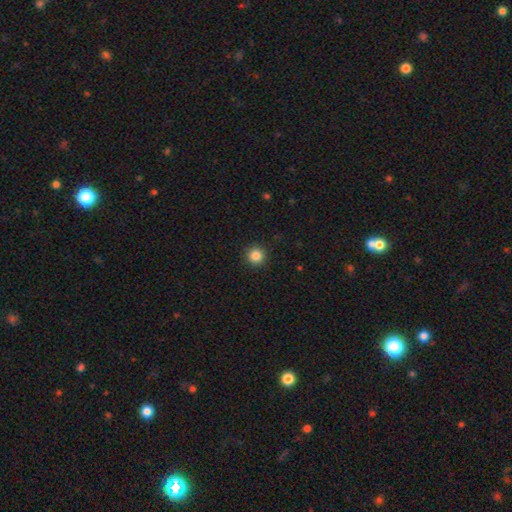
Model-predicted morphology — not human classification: Smooth or featured: smooth — 85% (star or artifact — 11%)
How rounded: round — 96% (in between — 3%)
Merging: none — 93% (minor disturbance — 5%)